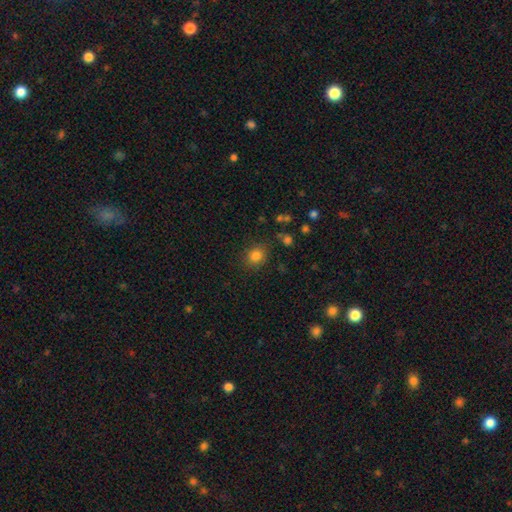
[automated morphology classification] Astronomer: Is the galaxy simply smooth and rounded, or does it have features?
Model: smooth — 81%.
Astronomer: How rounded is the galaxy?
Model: round — 71%.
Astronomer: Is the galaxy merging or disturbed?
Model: none — 84%.